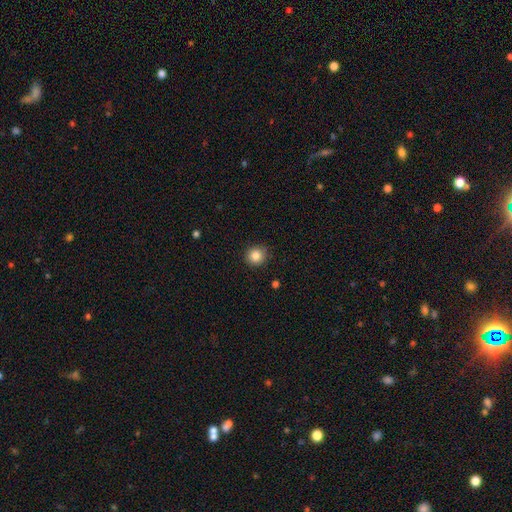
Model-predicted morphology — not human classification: Smooth or featured? Predicted: smooth (p=0.86). How rounded? Predicted: round (p=0.92). Merging? Predicted: none (p=0.89).